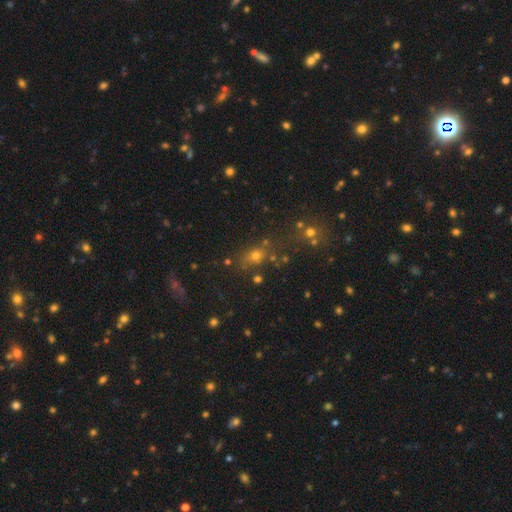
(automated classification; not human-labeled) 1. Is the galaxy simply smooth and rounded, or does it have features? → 55% smooth, 33% star or artifact, 12% featured or disk.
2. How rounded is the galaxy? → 54% round, 40% in between, 6% cigar-shaped.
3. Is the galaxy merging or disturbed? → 60% none, 16% merger, 15% minor disturbance, 9% major disturbance.